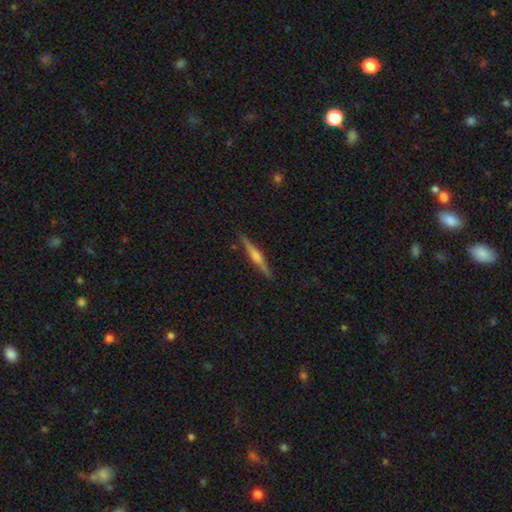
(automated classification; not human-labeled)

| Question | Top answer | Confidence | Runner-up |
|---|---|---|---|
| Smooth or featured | featured or disk | 70% | smooth (24%) |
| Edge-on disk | yes | 98% | no (2%) |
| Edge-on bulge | rounded | 69% | boxy (18%) |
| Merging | none | 90% | minor disturbance (7%) |